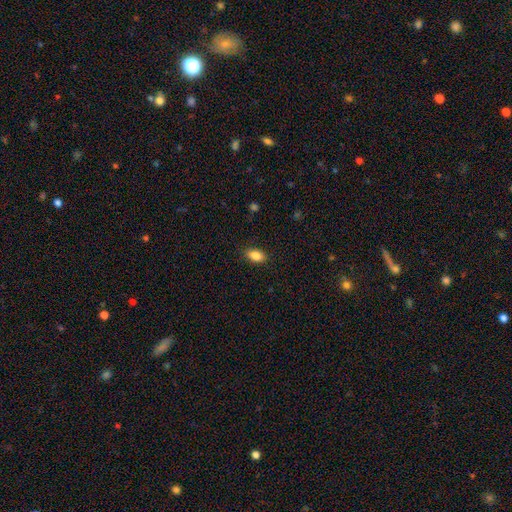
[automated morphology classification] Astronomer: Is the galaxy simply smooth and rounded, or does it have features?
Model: smooth — 86%.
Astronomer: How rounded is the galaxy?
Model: in between — 90%.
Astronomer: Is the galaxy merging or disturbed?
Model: none — 87%.